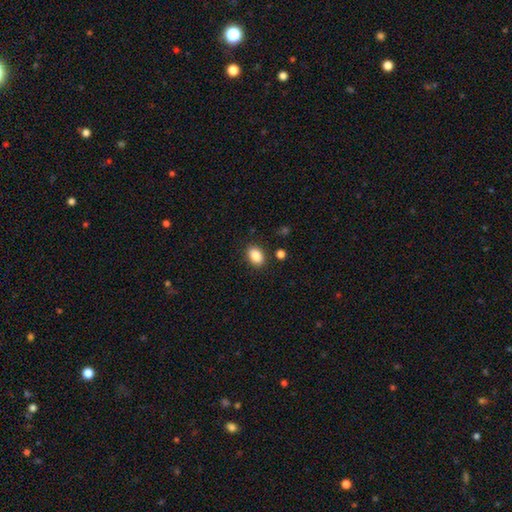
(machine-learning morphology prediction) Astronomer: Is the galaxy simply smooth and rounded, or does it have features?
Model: smooth — 87%.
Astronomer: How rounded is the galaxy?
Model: in between — 83%.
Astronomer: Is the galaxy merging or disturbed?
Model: none — 86%.